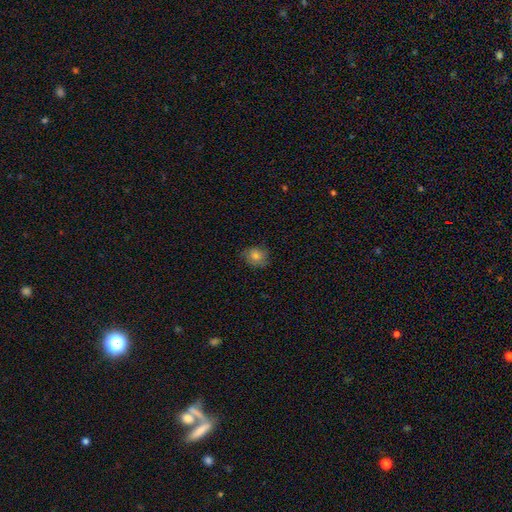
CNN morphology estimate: A smooth galaxy with no disk features (72%) that is round (64%).

Vote fractions:
- Smooth or featured? smooth: 72% / featured or disk: 16% / star or artifact: 12%
- How rounded? round: 64% / in between: 35% / cigar-shaped: 1%
- Merging? none: 76% / minor disturbance: 19% / major disturbance: 4% / merger: 1%